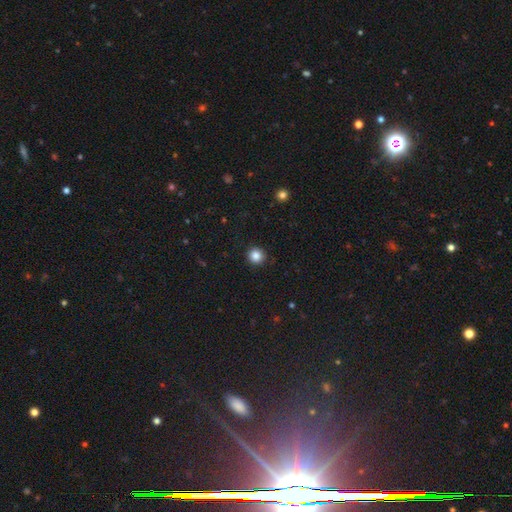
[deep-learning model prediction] smooth-or-featured: smooth: 85% | star or artifact: 11% | featured or disk: 4%
  how-rounded: round: 95% | in between: 4% | cigar-shaped: 1%
  merging: none: 92% | minor disturbance: 5% | major disturbance: 2% | merger: 1%